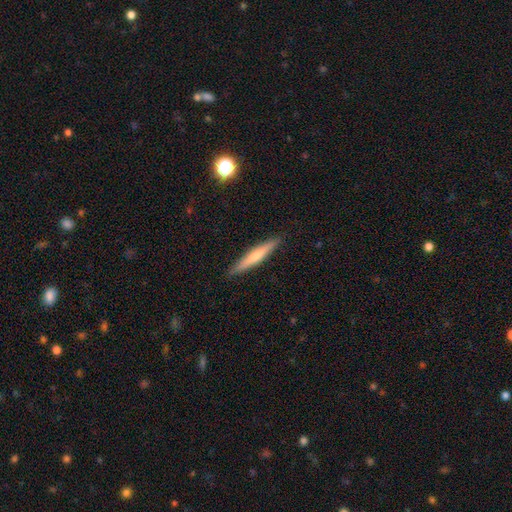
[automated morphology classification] Smooth or featured? smooth (56%)
How rounded? cigar-shaped (94%)
Merging? none (91%)